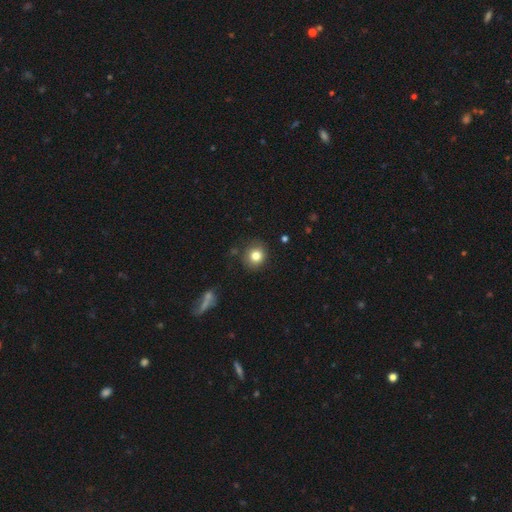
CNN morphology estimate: Smooth or featured?
  - smooth: 81% *
  - star or artifact: 11%
  - featured or disk: 8%
How rounded?
  - round: 85% *
  - in between: 14%
  - cigar-shaped: 1%
Merging?
  - none: 84% *
  - minor disturbance: 11%
  - major disturbance: 3%
  - merger: 2%